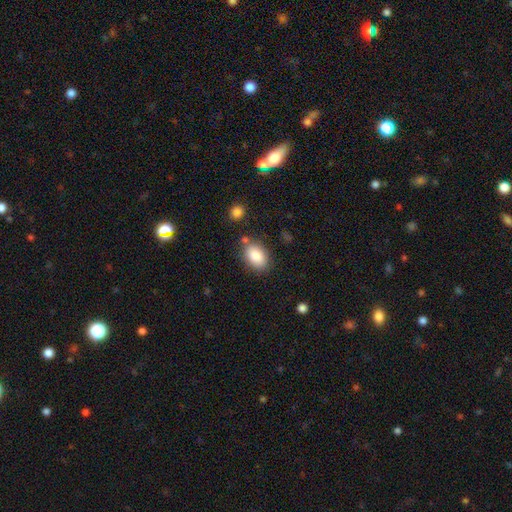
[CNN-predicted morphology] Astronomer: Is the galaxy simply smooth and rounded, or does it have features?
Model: smooth — 86%.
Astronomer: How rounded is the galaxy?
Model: in between — 86%.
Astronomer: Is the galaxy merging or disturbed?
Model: none — 75%.